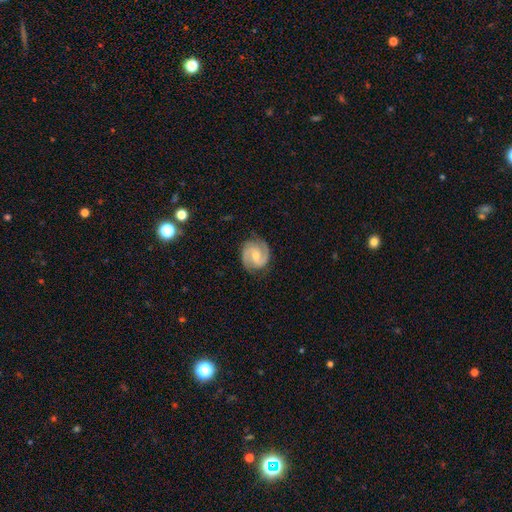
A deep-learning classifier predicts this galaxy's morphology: Smooth or featured? Predicted: featured or disk (p=0.88). Edge-on disk? Predicted: no (p=0.98). Bar? Predicted: weak (p=0.48). Spiral arms? Predicted: yes (p=0.98). Spiral winding? Predicted: medium (p=0.49). Spiral arm count? Predicted: 2 (p=0.91). Bulge size? Predicted: moderate (p=0.51). Merging? Predicted: none (p=0.83).